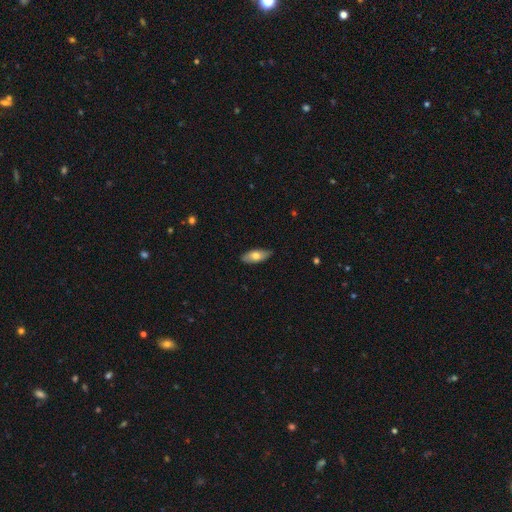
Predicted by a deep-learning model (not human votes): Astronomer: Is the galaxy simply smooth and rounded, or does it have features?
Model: smooth — 68%.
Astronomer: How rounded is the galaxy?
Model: in between — 80%.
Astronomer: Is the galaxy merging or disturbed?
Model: none — 84%.